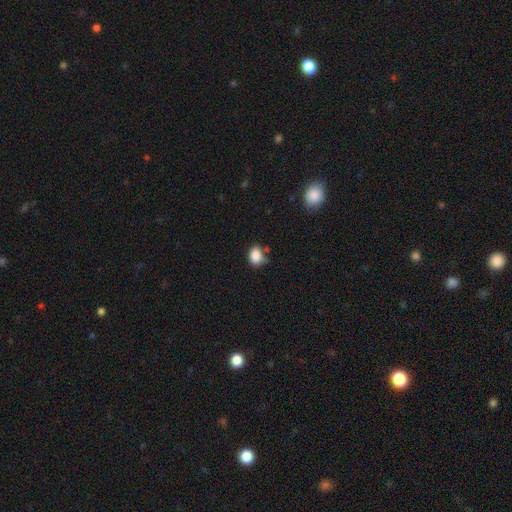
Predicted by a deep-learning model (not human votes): Q: Smooth or featured?
A: smooth (86%); runner-up: star or artifact (10%)
Q: How rounded?
A: in between (63%); runner-up: round (36%)
Q: Merging?
A: none (58%); runner-up: minor disturbance (27%)